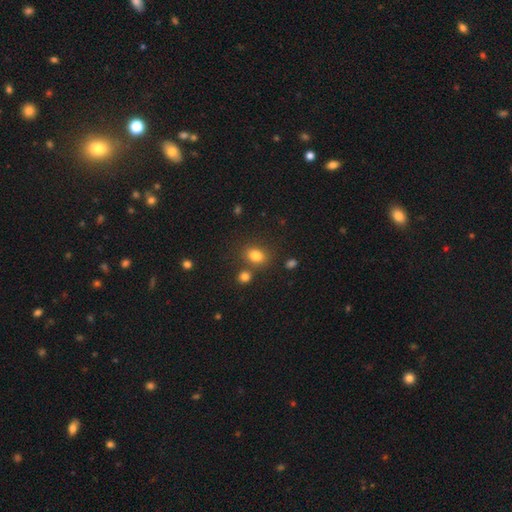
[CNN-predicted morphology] The model was most divided on "how rounded": in between: 61%, round: 38%, cigar-shaped: 1%. More confident: smooth or featured — smooth (81%); merging — none (71%).